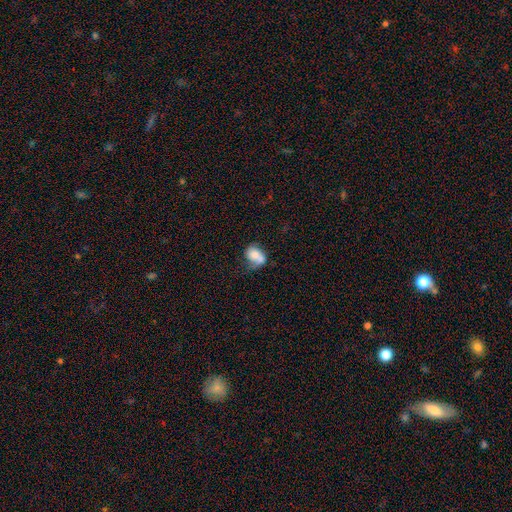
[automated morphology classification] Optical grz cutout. It shows a smooth galaxy with no disk features (63%) that is in between round and cigar-shaped (57%). Merging: merger (32%).